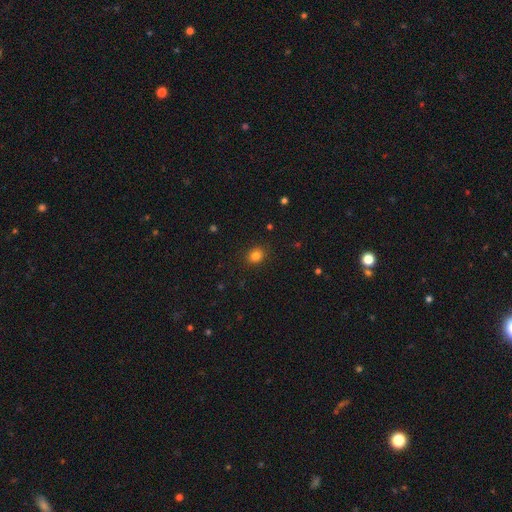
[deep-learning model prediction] Smooth or featured? Predicted: smooth (p=0.83). How rounded? Predicted: round (p=0.61). Merging? Predicted: none (p=0.89).